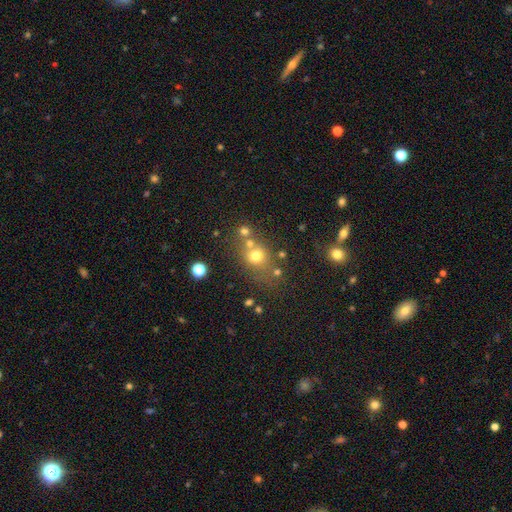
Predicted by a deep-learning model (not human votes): smooth_or_featured: smooth (p=0.67) [alt: star or artifact p=0.20]
how_rounded: round (p=0.67) [alt: in between p=0.31]
merging: none (p=0.60) [alt: merger p=0.19]